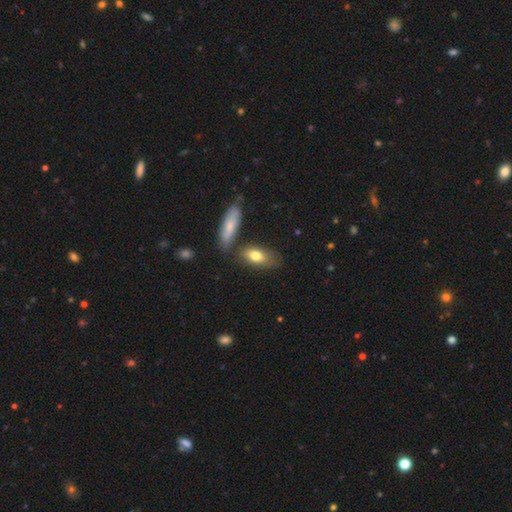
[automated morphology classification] Overall: smooth (75%). How rounded: in between (80%). Merging: none (63%).